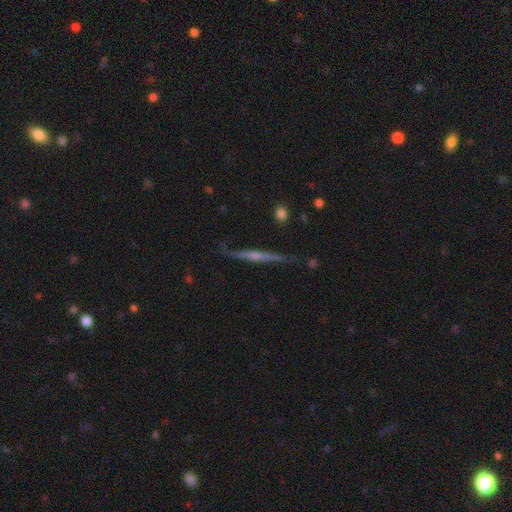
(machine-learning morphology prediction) Overall: featured or disk (69%). Edge-on disk: yes (94%). Edge-on bulge: rounded (63%; none 25%). Merging: none (83%).